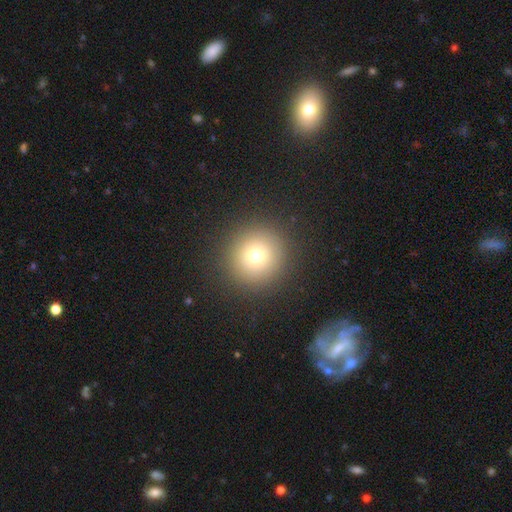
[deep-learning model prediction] A smooth galaxy with no disk features (74%) that is round (95%).

Vote fractions:
- Smooth or featured? smooth: 74% / star or artifact: 15% / featured or disk: 11%
- How rounded? round: 95% / in between: 4% / cigar-shaped: 1%
- Merging? none: 91% / minor disturbance: 5% / major disturbance: 3% / merger: 1%